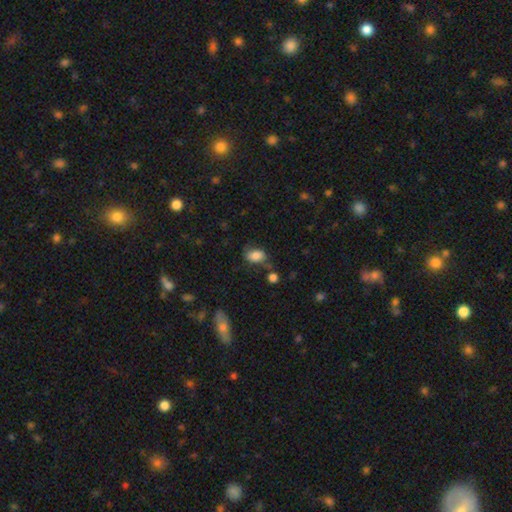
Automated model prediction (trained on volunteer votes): Q: Smooth or featured?
A: smooth (79%); runner-up: featured or disk (12%)
Q: How rounded?
A: in between (83%); runner-up: round (15%)
Q: Merging?
A: none (54%); runner-up: minor disturbance (27%)